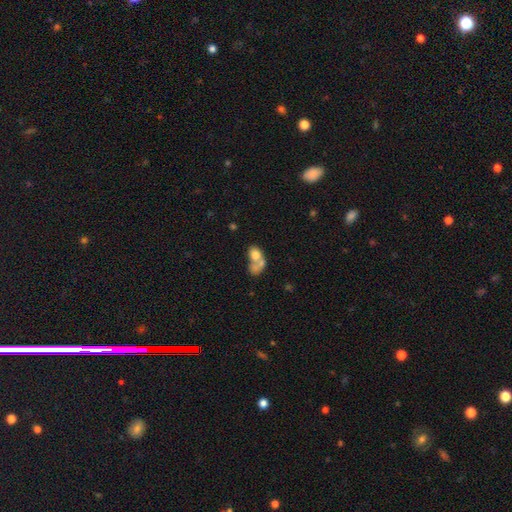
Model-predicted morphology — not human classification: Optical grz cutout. It shows a smooth galaxy with no disk features (63%) that is in between round and cigar-shaped (66%). Merging: merger (65%).